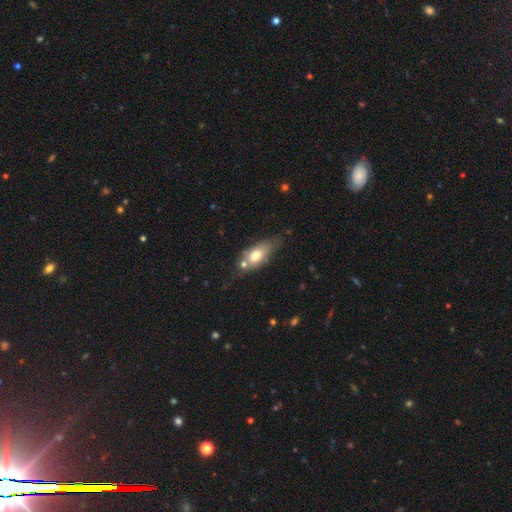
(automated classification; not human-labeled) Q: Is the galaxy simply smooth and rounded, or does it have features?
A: smooth — 69%.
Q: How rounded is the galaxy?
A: in between — 83%.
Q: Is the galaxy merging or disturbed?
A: none — 54%.